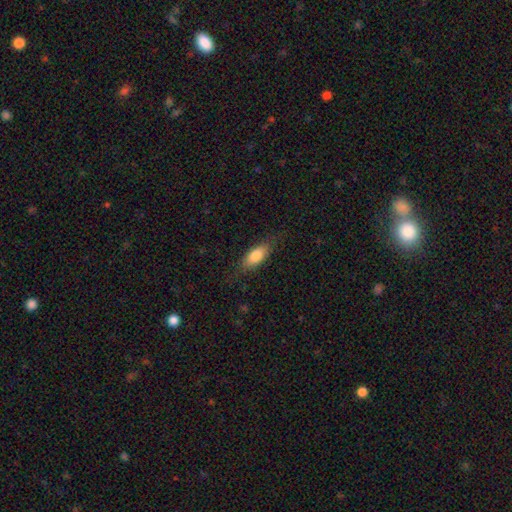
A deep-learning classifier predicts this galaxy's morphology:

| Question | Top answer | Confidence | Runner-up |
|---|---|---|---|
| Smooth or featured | smooth | 79% | featured or disk (15%) |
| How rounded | in between | 78% | cigar-shaped (19%) |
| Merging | none | 76% | minor disturbance (17%) |